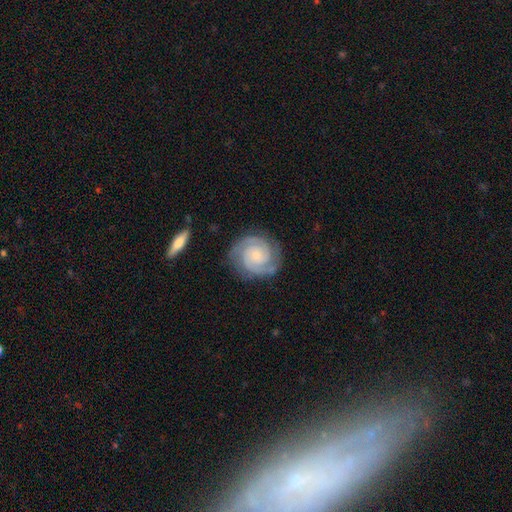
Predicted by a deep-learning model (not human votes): featured or disk 87%, smooth 8%, star or artifact 5%. Down the decision tree: edge-on disk — no (98%); bar — no (68%); spiral arms — yes (98%); spiral arm count — 2 (73%); spiral winding — tight (71%); bulge size — small (68%); merging — none (81%).